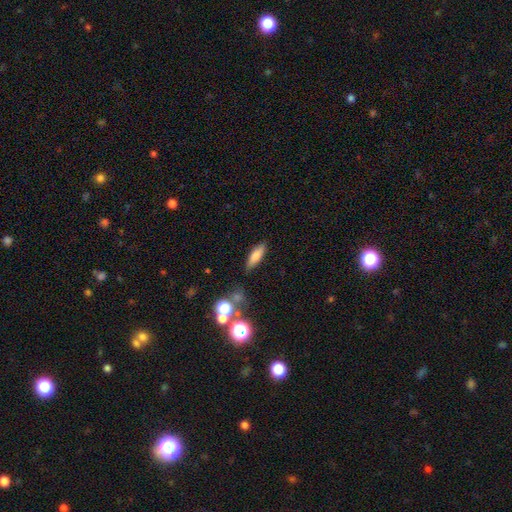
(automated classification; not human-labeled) Smooth or featured? smooth (72%)
How rounded? cigar-shaped (51%)
Merging? none (81%)